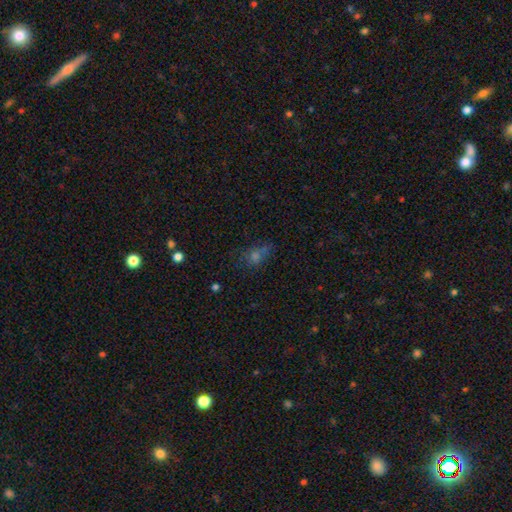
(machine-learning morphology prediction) Q: Smooth or featured?
A: smooth (52%); runner-up: star or artifact (33%)
Q: How rounded?
A: in between (48%); runner-up: round (47%)
Q: Merging?
A: none (57%); runner-up: minor disturbance (22%)